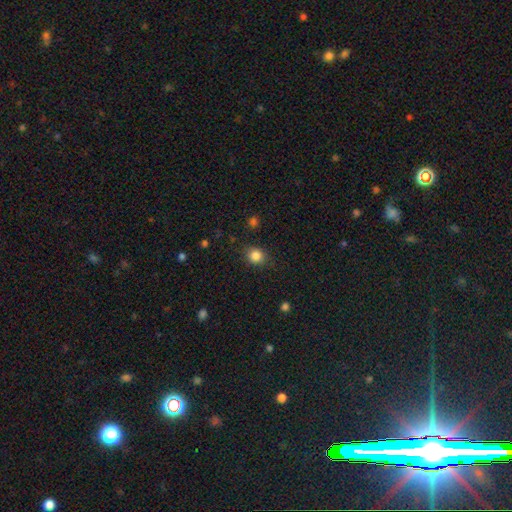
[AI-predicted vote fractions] smooth 85%, star or artifact 11%, featured or disk 4%. Down the decision tree: how rounded — round (79%); merging — none (85%).